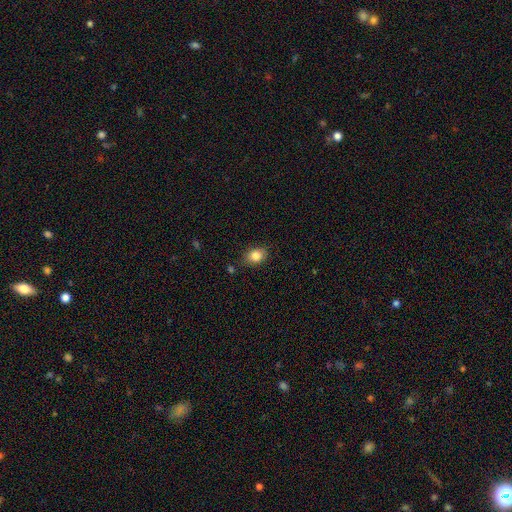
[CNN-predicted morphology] A smooth galaxy with no disk features (84%) that is in between round and cigar-shaped (65%). Merging: none (79%).